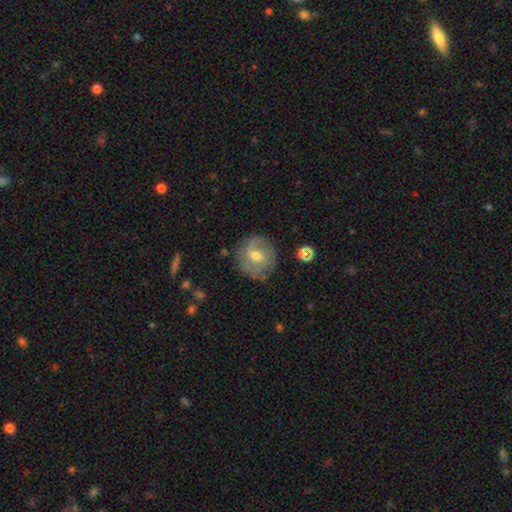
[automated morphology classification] This is likely a featured or disk galaxy (62%). It is clearly not viewed edge-on (96%). Bar: possibly weak (48%). Spiral arm pattern: clearly yes (80%). Central bulge: likely moderate (63%). Merging: likely none (79%).